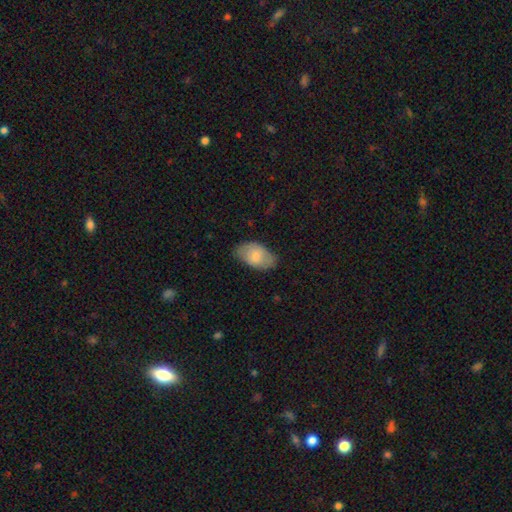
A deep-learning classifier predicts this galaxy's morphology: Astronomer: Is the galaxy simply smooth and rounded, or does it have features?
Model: smooth — 77%.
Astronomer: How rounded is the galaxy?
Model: in between — 94%.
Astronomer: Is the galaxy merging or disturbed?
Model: none — 74%.